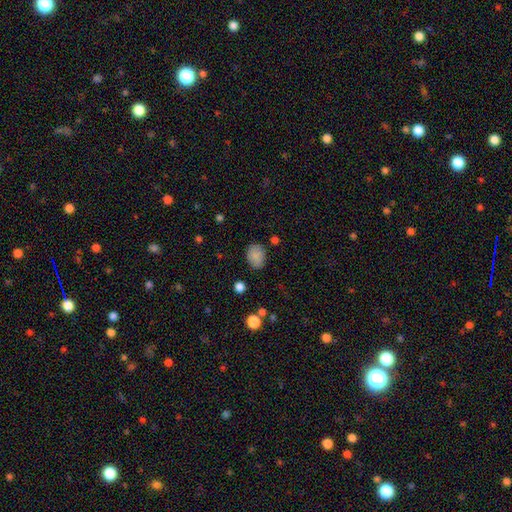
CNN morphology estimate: smooth 85%, star or artifact 8%, featured or disk 7%. Down the decision tree: how rounded — in between (65%); merging — none (79%).